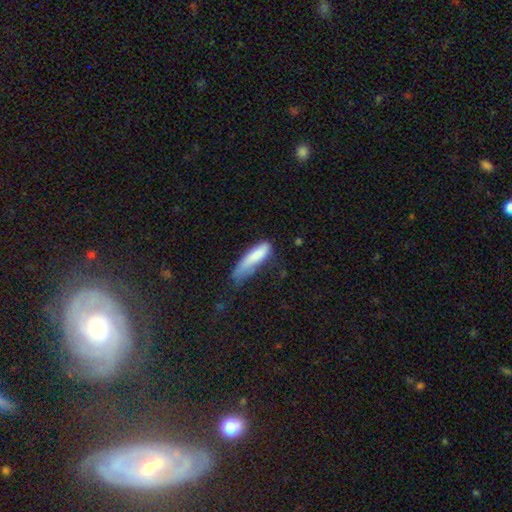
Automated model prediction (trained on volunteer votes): Smooth or featured: smooth — 80% (featured or disk — 14%)
How rounded: cigar-shaped — 67% (in between — 31%)
Merging: minor disturbance — 41% (none — 29%)